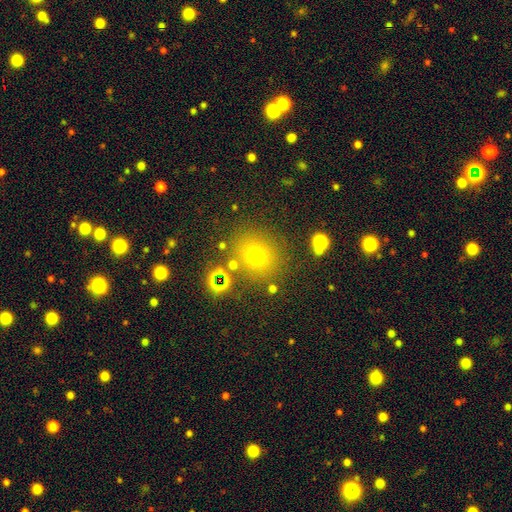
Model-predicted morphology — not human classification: smooth 69%, star or artifact 21%, featured or disk 10%. Down the decision tree: how rounded — round (83%); merging — none (80%).